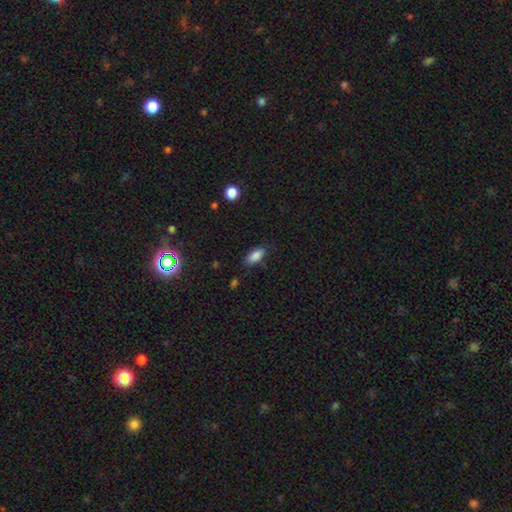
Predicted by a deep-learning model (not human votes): Smooth or featured? smooth (85%)
How rounded? in between (86%)
Merging? none (77%)